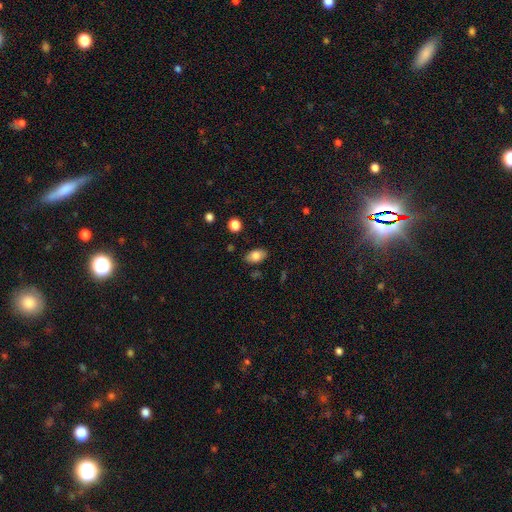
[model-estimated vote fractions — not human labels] Smooth or featured? smooth (79%)
How rounded? in between (91%)
Merging? none (84%)